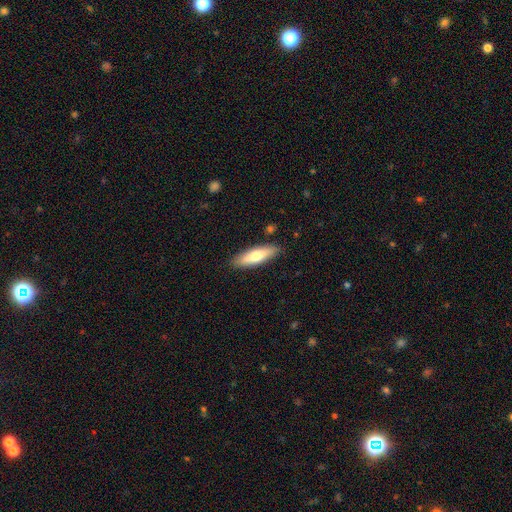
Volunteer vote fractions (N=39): A smooth galaxy with no disk features (56%) that is cigar-shaped (55%).

Vote fractions:
- Smooth or featured? smooth: 56% / featured or disk: 33% / star or artifact: 10%
- How rounded? cigar-shaped: 55% / in between: 45% / round: 0%
- Merging? none: 89% / minor disturbance: 9% / major disturbance: 3% / merger: 0%